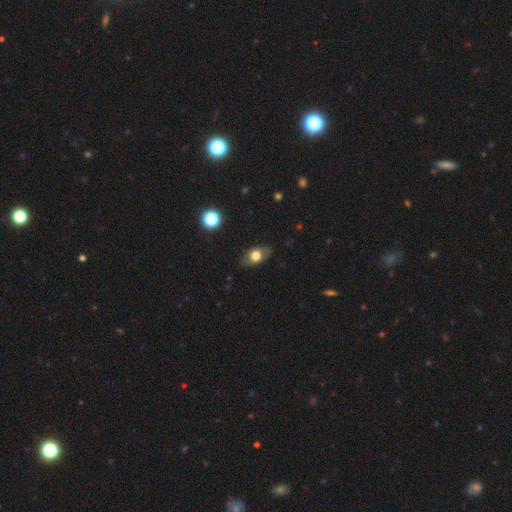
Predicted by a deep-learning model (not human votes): Overall: smooth (68%). How rounded: in between (80%). Merging: none (80%).